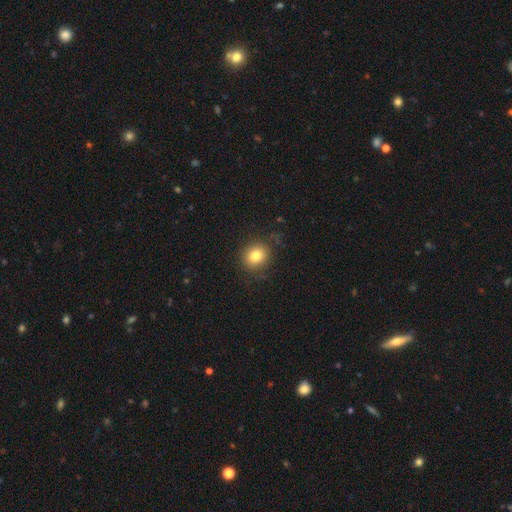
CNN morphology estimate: Smooth or featured: smooth — 80% (star or artifact — 12%)
How rounded: round — 79% (in between — 20%)
Merging: none — 85% (minor disturbance — 10%)